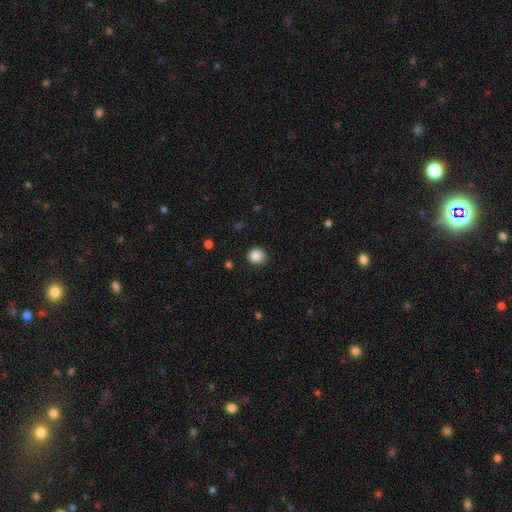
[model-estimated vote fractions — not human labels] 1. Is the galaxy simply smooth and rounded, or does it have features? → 87% smooth, 10% star or artifact, 4% featured or disk.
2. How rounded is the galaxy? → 81% round, 19% in between, 1% cigar-shaped.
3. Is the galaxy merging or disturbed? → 79% none, 16% minor disturbance, 3% major disturbance, 1% merger.